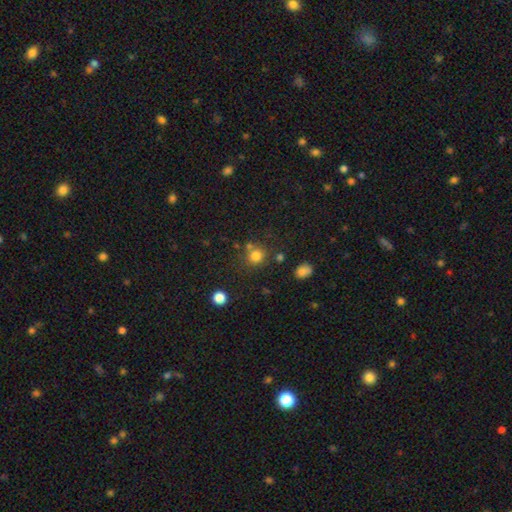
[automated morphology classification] A smooth galaxy with no disk features (78%) that is round (84%). Merging: none (67%).